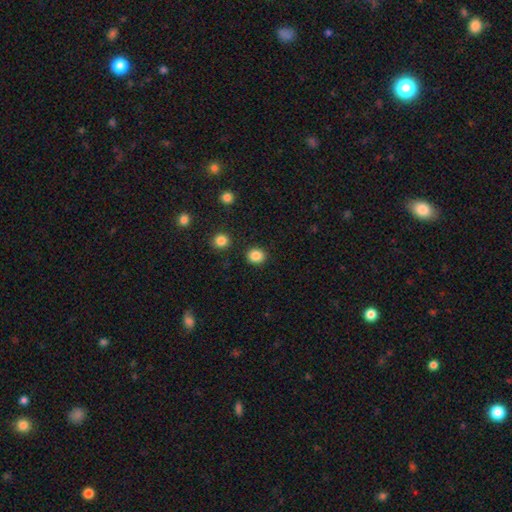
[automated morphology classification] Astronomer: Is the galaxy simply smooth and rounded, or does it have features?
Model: smooth — 86%.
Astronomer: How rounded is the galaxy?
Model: round — 81%.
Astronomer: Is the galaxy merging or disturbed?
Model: none — 90%.